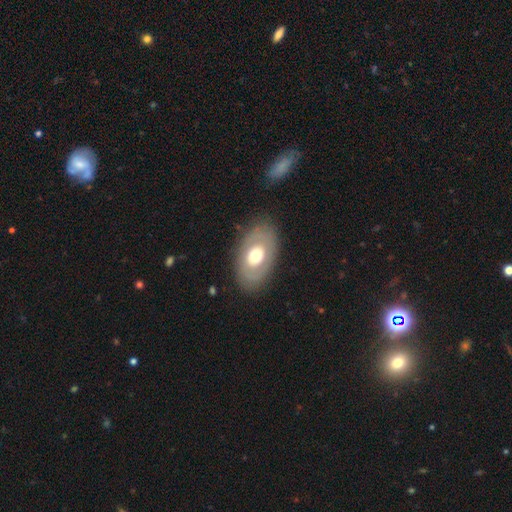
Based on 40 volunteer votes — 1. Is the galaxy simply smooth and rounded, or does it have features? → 55% featured or disk, 42% smooth, 2% star or artifact.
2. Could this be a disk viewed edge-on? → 95% no, 5% yes.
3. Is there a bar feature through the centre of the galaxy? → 90% no, 10% weak, 0% strong.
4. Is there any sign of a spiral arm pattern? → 86% no, 14% yes.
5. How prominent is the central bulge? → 67% moderate, 24% large, 10% small, 0% dominant, 0% none.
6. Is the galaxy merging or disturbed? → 82% none, 10% minor disturbance, 5% major disturbance, 3% merger.